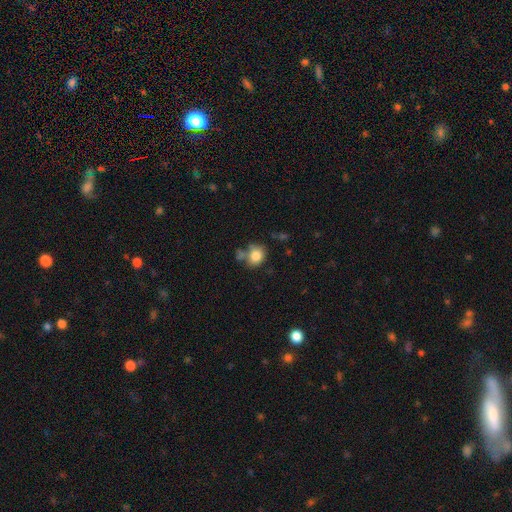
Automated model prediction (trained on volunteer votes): Morphology: type=smooth (81%); roundness=round (65%); merging=none (56%).